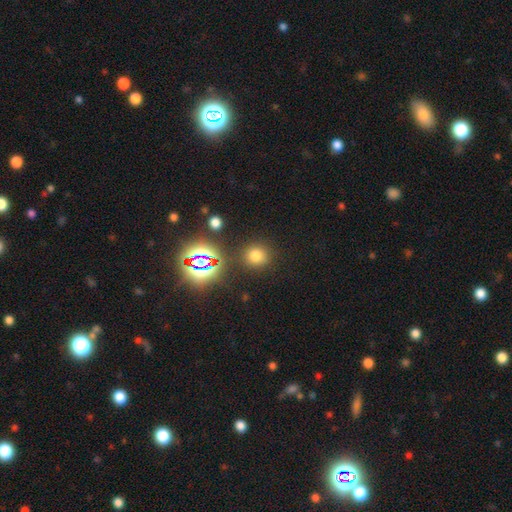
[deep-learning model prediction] Smooth or featured: smooth — 68% (star or artifact — 25%)
How rounded: round — 87% (in between — 12%)
Merging: none — 85% (minor disturbance — 8%)